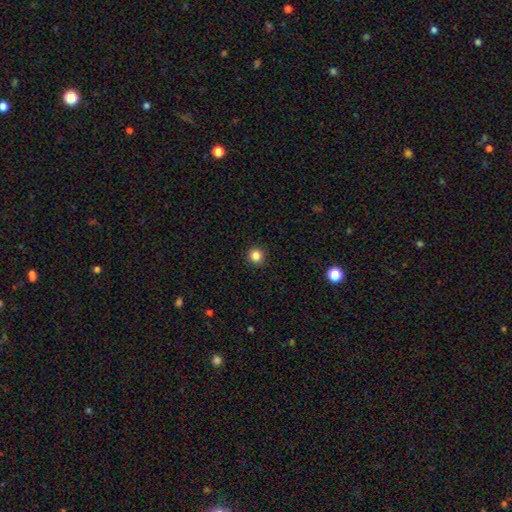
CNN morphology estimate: This appears to be a smooth galaxy with no disk features (84%) that is round (94%). Merging: none (93%).